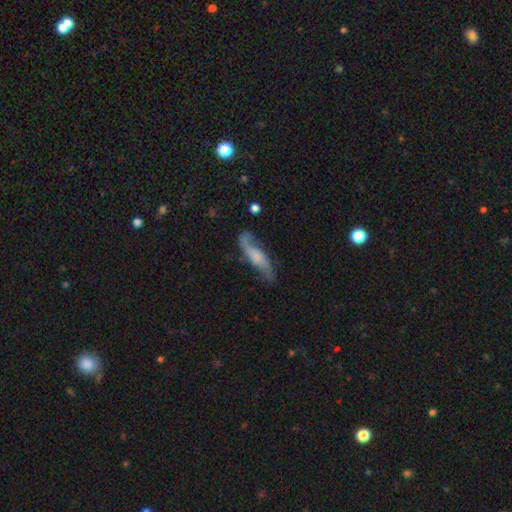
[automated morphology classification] A featured or disk galaxy (66%) with no bar (56%), spiral arms (92%) and a small central bulge (30%).

Vote fractions:
- Smooth or featured? featured or disk: 66% / smooth: 27% / star or artifact: 7%
- Edge-on disk? no: 76% / yes: 24%
- Bar? no: 56% / weak: 33% / strong: 11%
- Spiral arms? yes: 92% / no: 8%
- Bulge size? small: 30% / moderate: 29% / none: 28% / large: 11% / dominant: 2%
- Merging? none: 68% / minor disturbance: 21% / major disturbance: 9% / merger: 3%